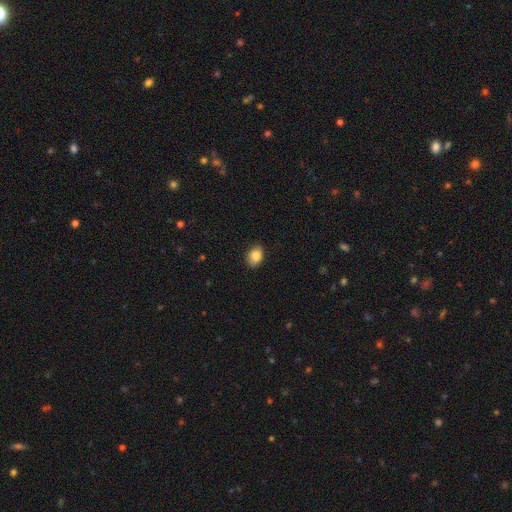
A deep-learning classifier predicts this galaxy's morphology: Smooth or featured? smooth (85%)
How rounded? in between (76%)
Merging? none (88%)